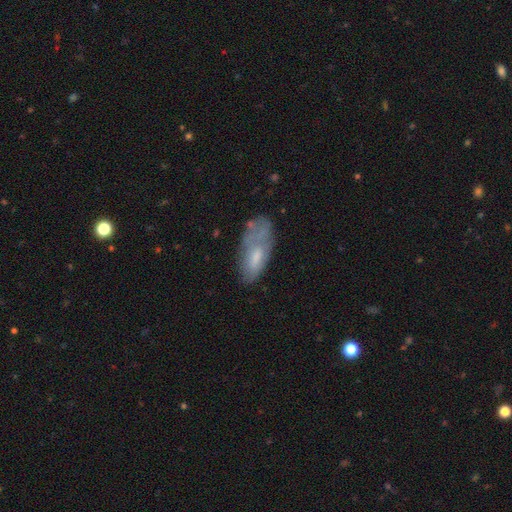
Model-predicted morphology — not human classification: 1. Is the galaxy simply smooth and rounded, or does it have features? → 58% smooth, 34% featured or disk, 8% star or artifact.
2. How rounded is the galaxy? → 80% in between, 18% cigar-shaped, 2% round.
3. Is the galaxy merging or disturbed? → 48% none, 30% minor disturbance, 17% major disturbance, 5% merger.